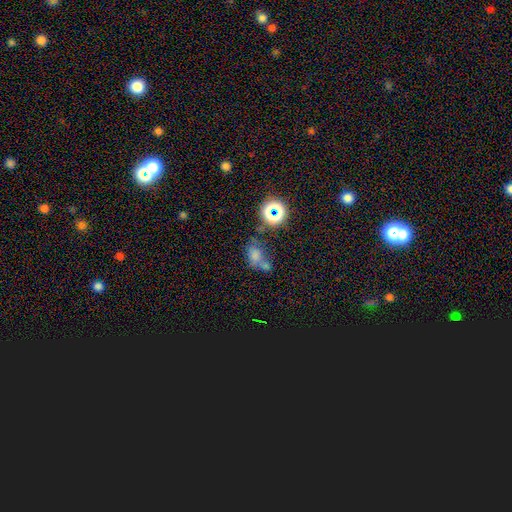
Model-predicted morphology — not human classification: Q: Smooth or featured?
A: smooth (50%); runner-up: star or artifact (35%)
Q: How rounded?
A: in between (59%); runner-up: round (39%)
Q: Merging?
A: none (38%); runner-up: merger (33%)